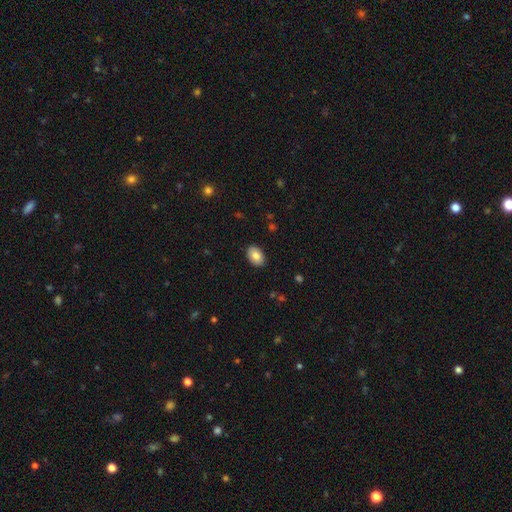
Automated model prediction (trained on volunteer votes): This is clearly a smooth galaxy (84%). How rounded: clearly in between (86%). Merging: clearly none (89%).